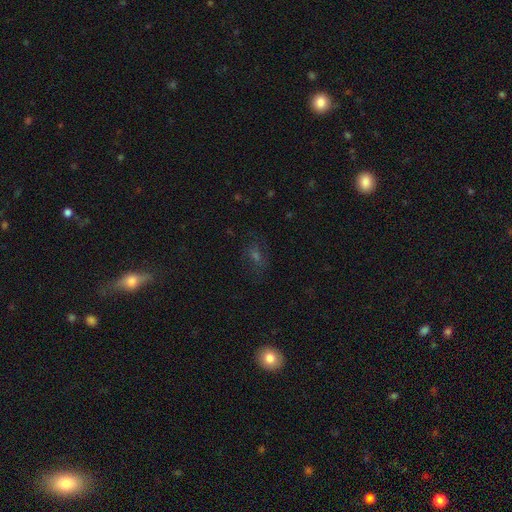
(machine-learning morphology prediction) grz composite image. It shows a smooth galaxy with no disk features (41%). Merging: none (72%).